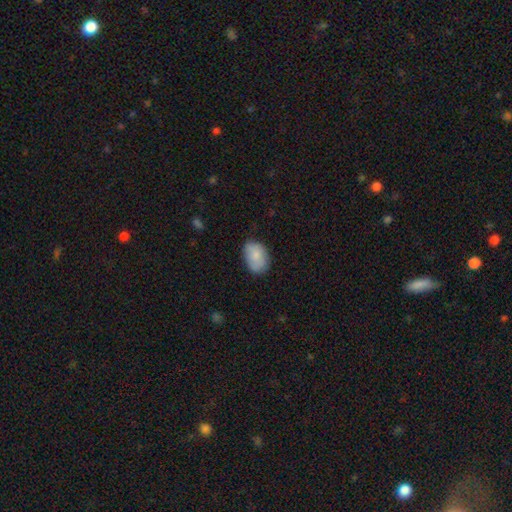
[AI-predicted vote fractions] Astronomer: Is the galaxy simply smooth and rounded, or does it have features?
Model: smooth — 81%.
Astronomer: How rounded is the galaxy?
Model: in between — 83%.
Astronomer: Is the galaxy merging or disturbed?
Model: none — 67%.